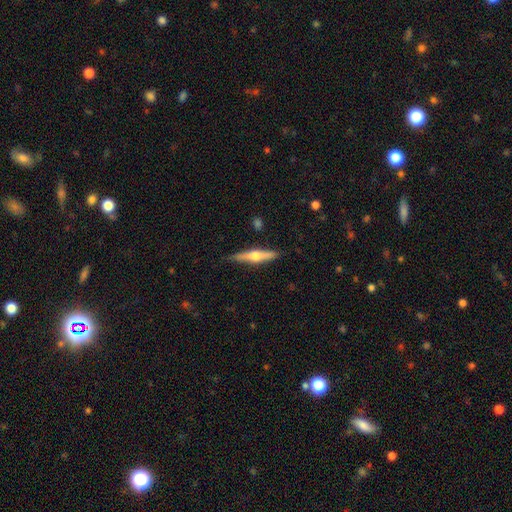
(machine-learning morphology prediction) The model was most divided on "smooth or featured": featured or disk: 60%, smooth: 34%, star or artifact: 6%. More confident: edge-on disk — yes (95%); edge-on bulge — rounded (94%); merging — none (84%).